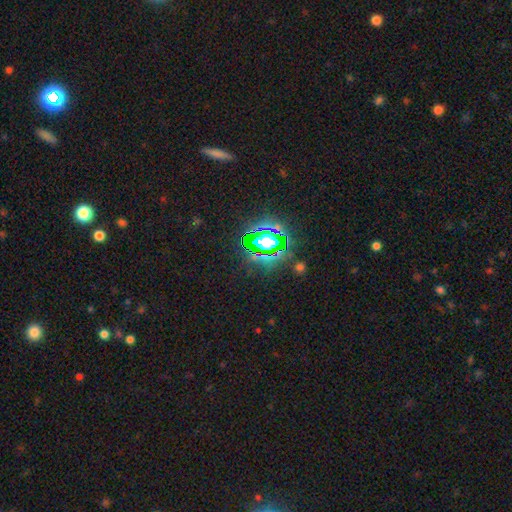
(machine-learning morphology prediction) Smooth or featured? star or artifact (82%)